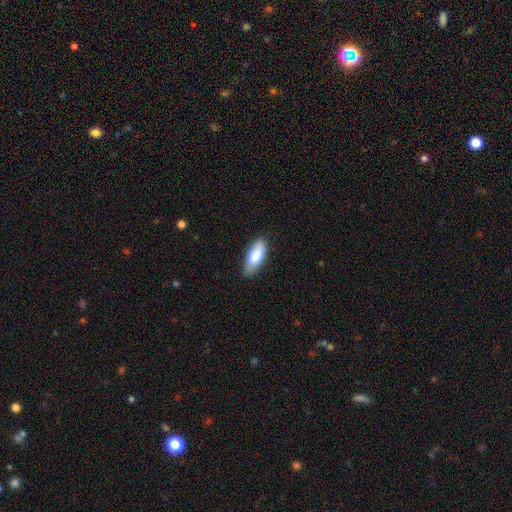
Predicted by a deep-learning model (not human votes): smooth_or_featured: smooth (p=0.83) [alt: featured or disk p=0.11]
how_rounded: in between (p=0.76) [alt: cigar-shaped p=0.22]
merging: none (p=0.78) [alt: minor disturbance p=0.18]